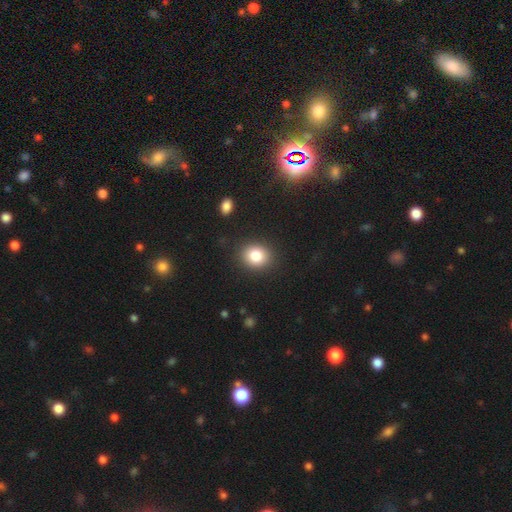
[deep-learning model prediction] This appears to be a smooth galaxy with no disk features (83%) that is round (66%). Merging: none (89%).